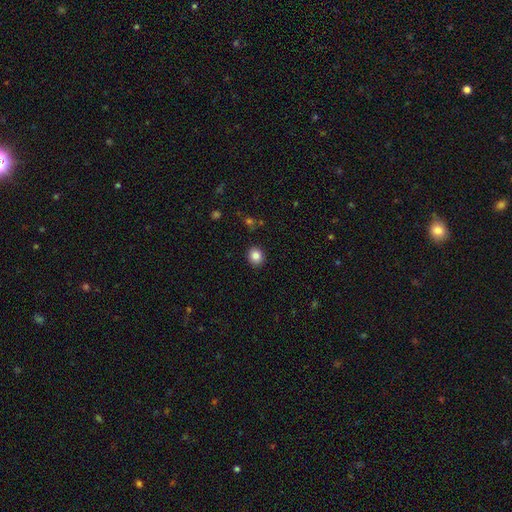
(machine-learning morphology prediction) type=smooth (84%); roundness=round (75%); merging=none (90%).